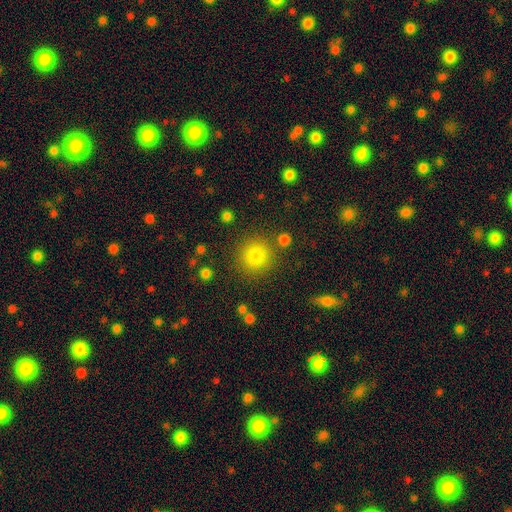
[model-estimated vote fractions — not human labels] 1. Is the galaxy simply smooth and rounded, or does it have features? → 83% smooth, 12% star or artifact, 5% featured or disk.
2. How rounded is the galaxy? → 93% round, 6% in between, 1% cigar-shaped.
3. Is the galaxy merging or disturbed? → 85% none, 7% minor disturbance, 4% merger, 3% major disturbance.